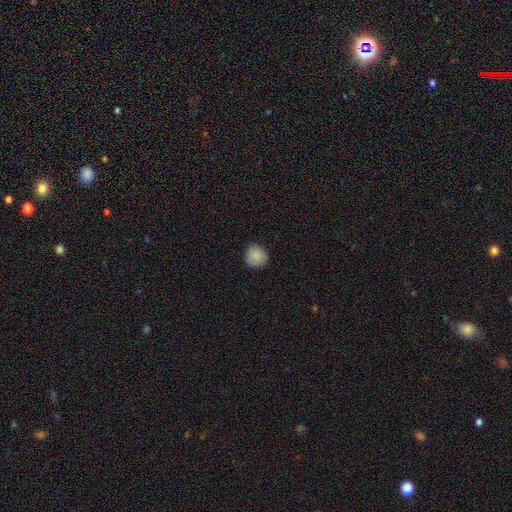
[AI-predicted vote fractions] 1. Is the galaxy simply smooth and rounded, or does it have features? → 87% smooth, 8% star or artifact, 5% featured or disk.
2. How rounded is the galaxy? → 89% round, 10% in between, 1% cigar-shaped.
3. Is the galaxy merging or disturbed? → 84% none, 13% minor disturbance, 2% major disturbance, 1% merger.